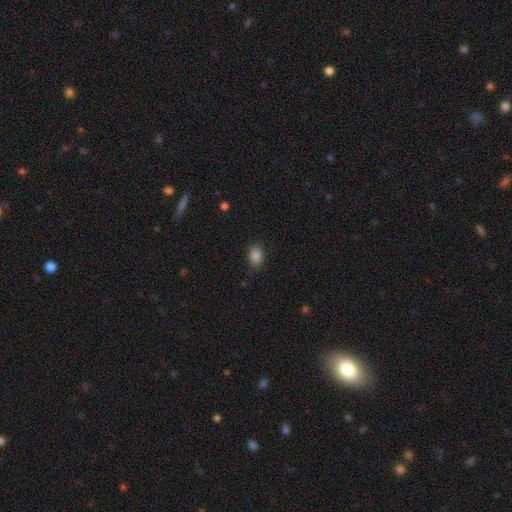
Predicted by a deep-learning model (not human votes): A smooth galaxy with no disk features (86%) that is in between round and cigar-shaped (80%).

Vote fractions:
- Smooth or featured? smooth: 86% / star or artifact: 10% / featured or disk: 4%
- How rounded? in between: 80% / round: 18% / cigar-shaped: 1%
- Merging? none: 82% / minor disturbance: 13% / major disturbance: 3% / merger: 1%